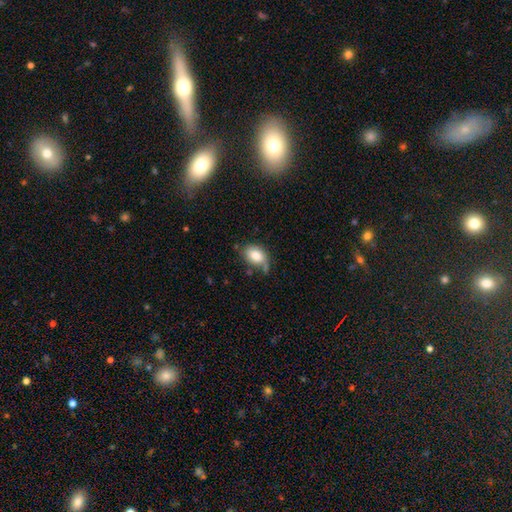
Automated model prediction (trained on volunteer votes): This appears to be a smooth galaxy with no disk features (80%) that is in between round and cigar-shaped (80%). Merging: none (55%).